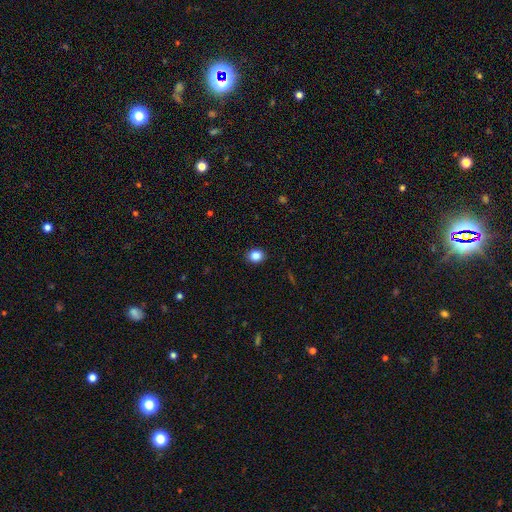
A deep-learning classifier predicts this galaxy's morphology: Smooth or featured: smooth — 87% (star or artifact — 10%)
How rounded: round — 63% (in between — 36%)
Merging: none — 90% (minor disturbance — 7%)